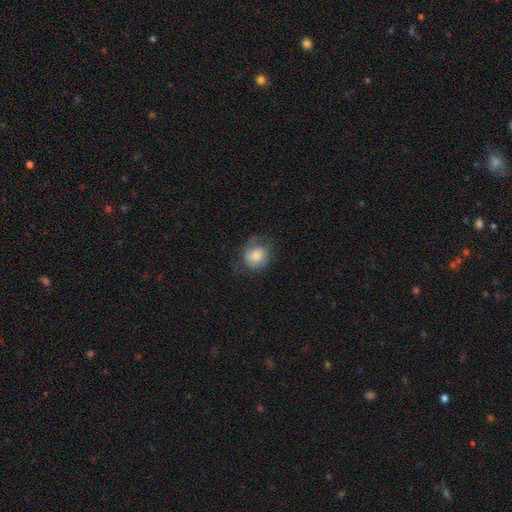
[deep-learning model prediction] The model was most divided on "merging": none: 52%, minor disturbance: 28%, major disturbance: 19%, merger: 1%. More confident: smooth or featured — smooth (74%); how rounded — round (68%).